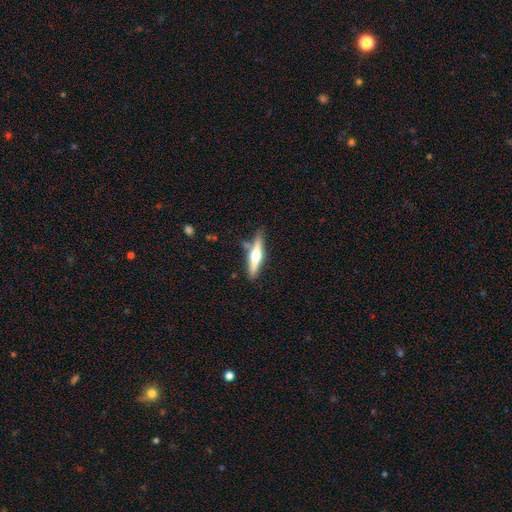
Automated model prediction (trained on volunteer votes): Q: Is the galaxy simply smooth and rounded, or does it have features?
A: featured or disk — 63%.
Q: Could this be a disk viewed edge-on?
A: yes — 96%.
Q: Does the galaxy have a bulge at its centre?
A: rounded — 95%.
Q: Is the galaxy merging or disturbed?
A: none — 80%.